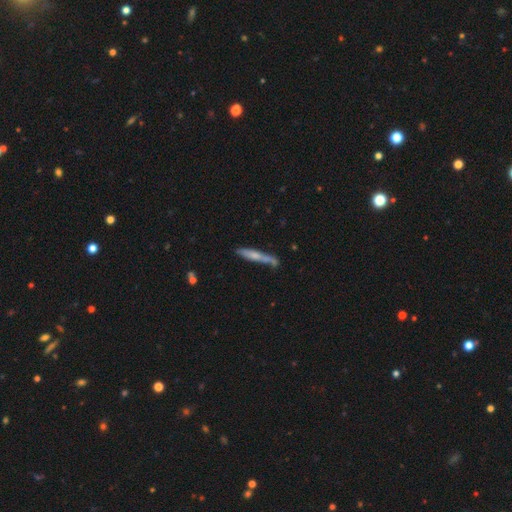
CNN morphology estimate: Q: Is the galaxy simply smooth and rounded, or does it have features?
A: smooth — 52%.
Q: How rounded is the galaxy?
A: cigar-shaped — 93%.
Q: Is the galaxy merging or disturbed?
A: none — 64%.